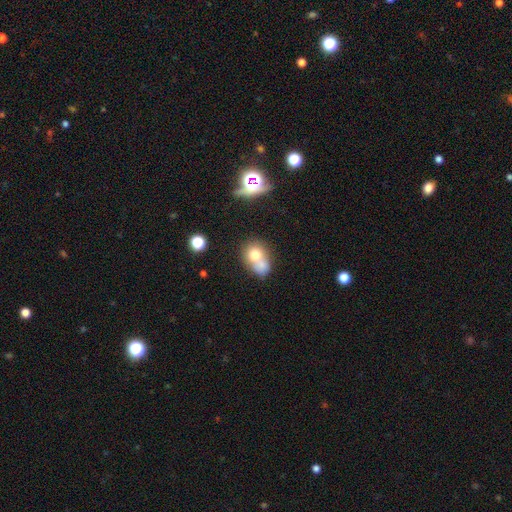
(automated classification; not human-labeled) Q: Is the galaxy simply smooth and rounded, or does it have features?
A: smooth — 69%.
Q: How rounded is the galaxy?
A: round — 54%.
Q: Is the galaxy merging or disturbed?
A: merger — 59%.